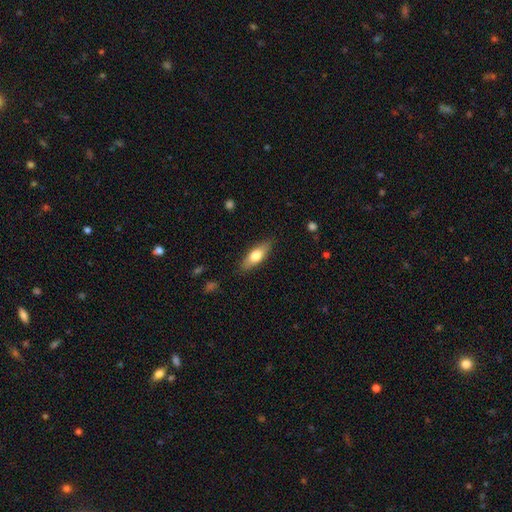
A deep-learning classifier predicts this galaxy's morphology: Smooth or featured?
  - smooth: 66% *
  - featured or disk: 28%
  - star or artifact: 6%
How rounded?
  - in between: 60% *
  - cigar-shaped: 37%
  - round: 3%
Merging?
  - none: 86% *
  - minor disturbance: 11%
  - major disturbance: 2%
  - merger: 1%